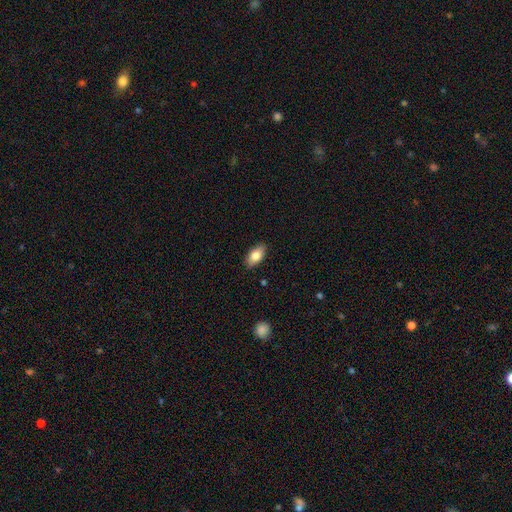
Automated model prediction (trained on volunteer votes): The model was most divided on "smooth or featured": smooth: 82%, featured or disk: 11%, star or artifact: 7%. More confident: how rounded — in between (91%); merging — none (88%).